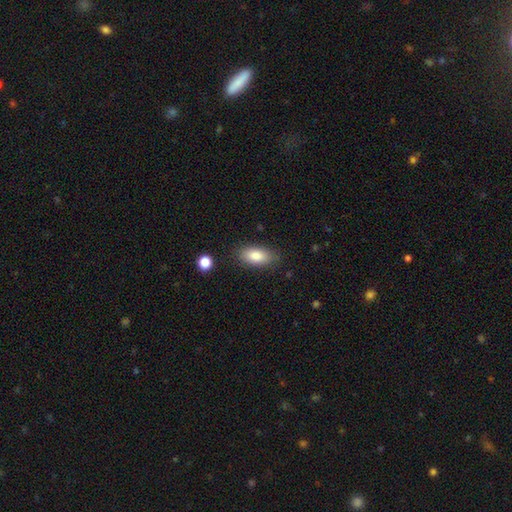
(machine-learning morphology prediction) Smooth or featured: smooth — 83% (featured or disk — 10%)
How rounded: in between — 88% (cigar-shaped — 8%)
Merging: none — 83% (minor disturbance — 12%)